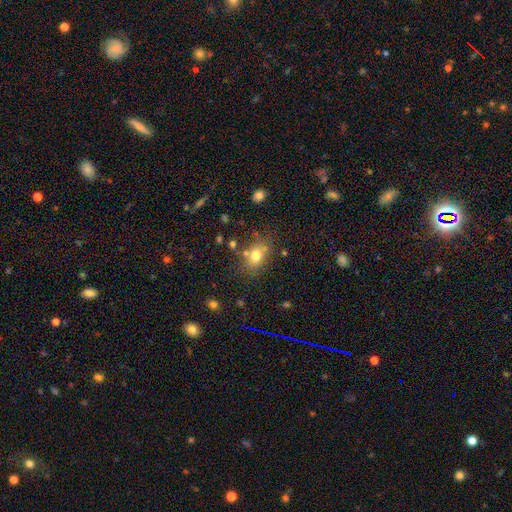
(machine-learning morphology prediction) smooth-or-featured: smooth: 72% | featured or disk: 14% | star or artifact: 14%
  how-rounded: in between: 66% | round: 31% | cigar-shaped: 2%
  merging: none: 65% | minor disturbance: 17% | merger: 11% | major disturbance: 6%